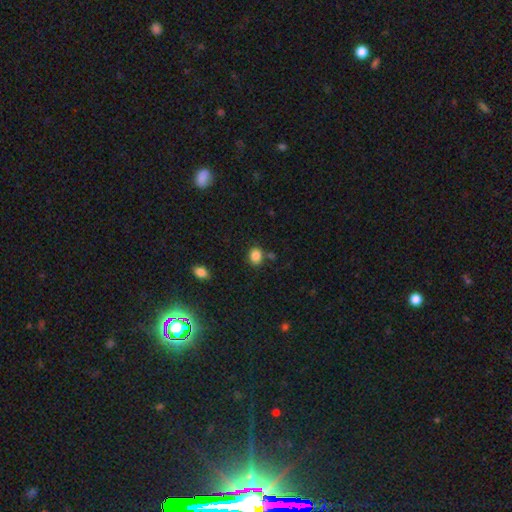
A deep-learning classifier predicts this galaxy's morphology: smooth 85%, star or artifact 10%, featured or disk 4%. Down the decision tree: how rounded — round (55%); merging — none (76%).